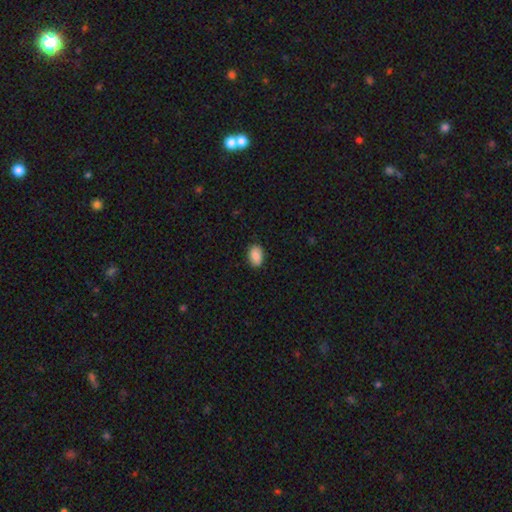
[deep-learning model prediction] This appears to be a smooth galaxy with no disk features (88%) that is in between round and cigar-shaped (85%). Merging: none (88%).